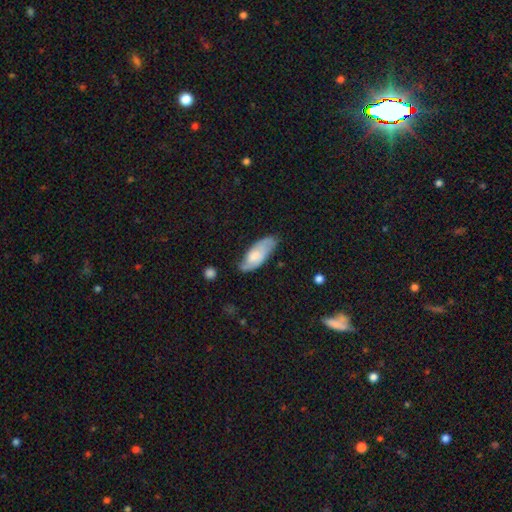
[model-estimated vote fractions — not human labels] Q: Smooth or featured?
A: smooth (57%); runner-up: featured or disk (37%)
Q: How rounded?
A: in between (80%); runner-up: cigar-shaped (18%)
Q: Merging?
A: none (60%); runner-up: minor disturbance (31%)